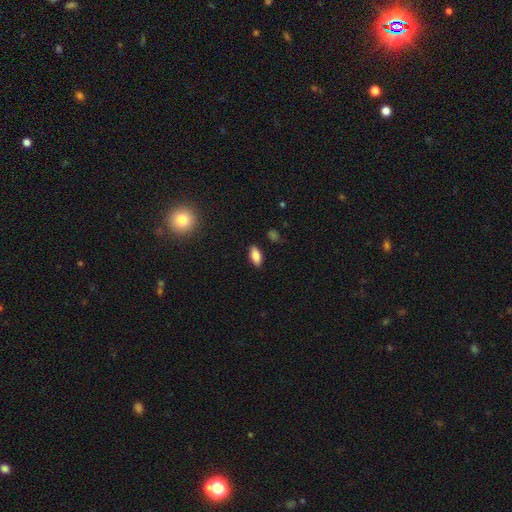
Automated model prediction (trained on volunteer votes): Morphology: type=smooth (84%); roundness=in between (85%); merging=none (87%).